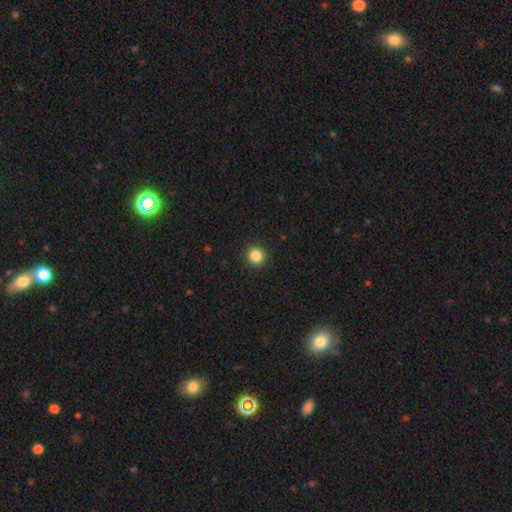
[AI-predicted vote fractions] Overall: smooth (86%). How rounded: round (93%). Merging: none (92%).